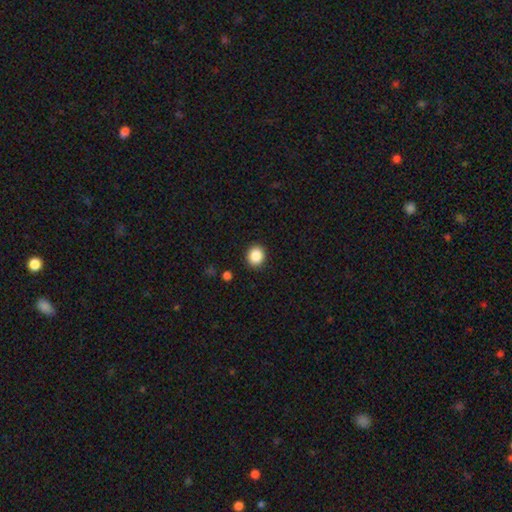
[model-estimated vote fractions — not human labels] Smooth or featured: smooth — 87% (star or artifact — 9%)
How rounded: round — 82% (in between — 17%)
Merging: none — 91% (minor disturbance — 6%)